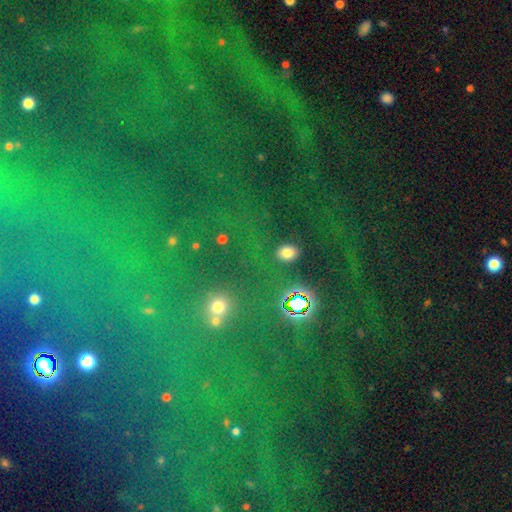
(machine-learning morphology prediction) This appears to be a star or artifact, not a galaxy (76%).